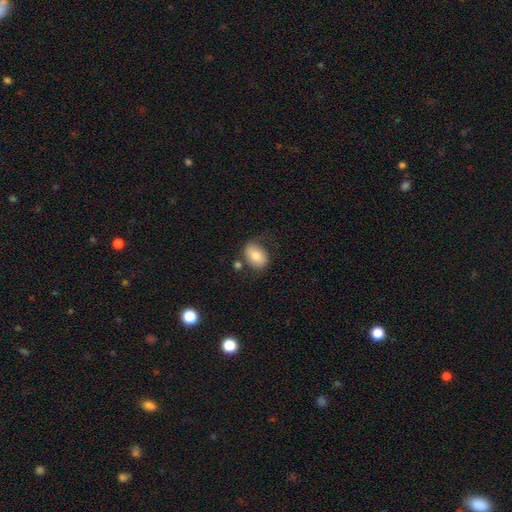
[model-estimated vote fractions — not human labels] smooth_or_featured: smooth (p=0.74) [alt: featured or disk p=0.18]
how_rounded: in between (p=0.79) [alt: round p=0.20]
merging: none (p=0.60) [alt: minor disturbance p=0.22]